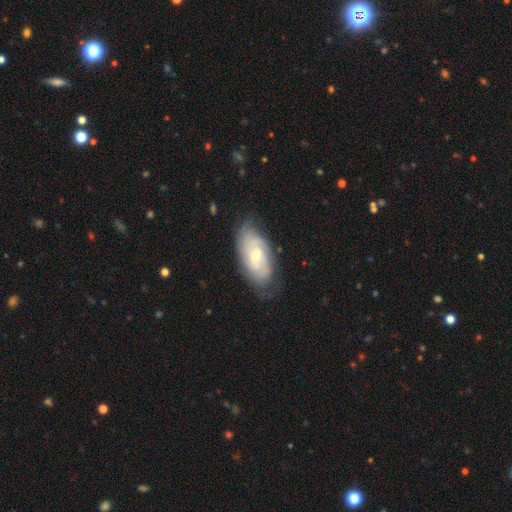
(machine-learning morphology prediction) This is likely a featured or disk galaxy (69%). It is clearly not viewed edge-on (93%). Bar: possibly no (54%). Spiral arm pattern: clearly yes (85%). Spiral arm count: possibly can't tell (49%). Spiral winding: likely tight (60%). Central bulge: possibly moderate (50%). Merging: likely none (68%).